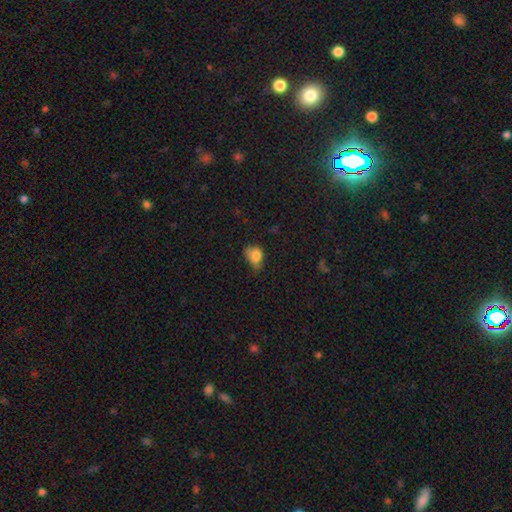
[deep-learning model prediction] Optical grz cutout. It shows a smooth galaxy with no disk features (78%) that is in between round and cigar-shaped (66%). Merging: minor disturbance (43%).